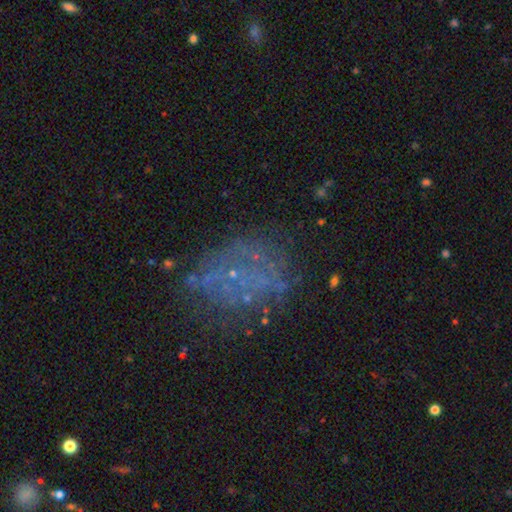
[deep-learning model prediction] This is marginally a featured or disk galaxy (44%). Merging: likely none (62%).